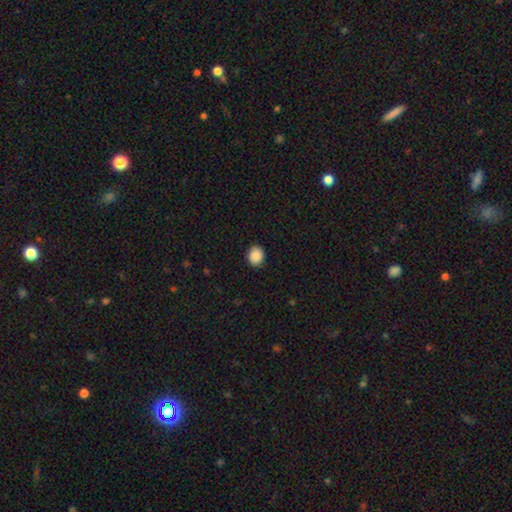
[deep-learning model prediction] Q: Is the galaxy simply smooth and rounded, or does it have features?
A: smooth — 89%.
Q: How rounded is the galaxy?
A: round — 65%.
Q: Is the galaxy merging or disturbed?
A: none — 91%.